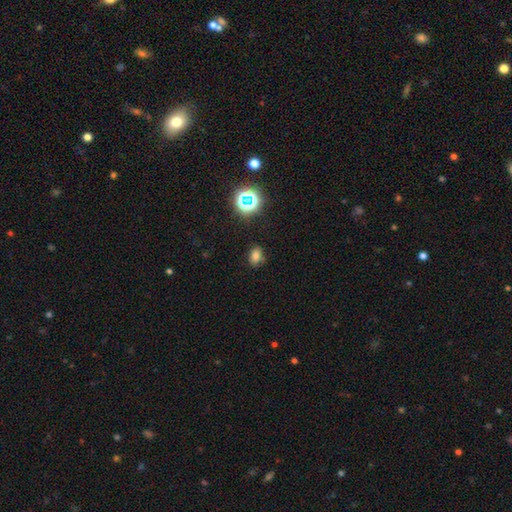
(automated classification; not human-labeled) smooth-or-featured: smooth: 72% | star or artifact: 20% | featured or disk: 8%
  how-rounded: in between: 67% | round: 31% | cigar-shaped: 1%
  merging: none: 78% | minor disturbance: 15% | major disturbance: 4% | merger: 3%